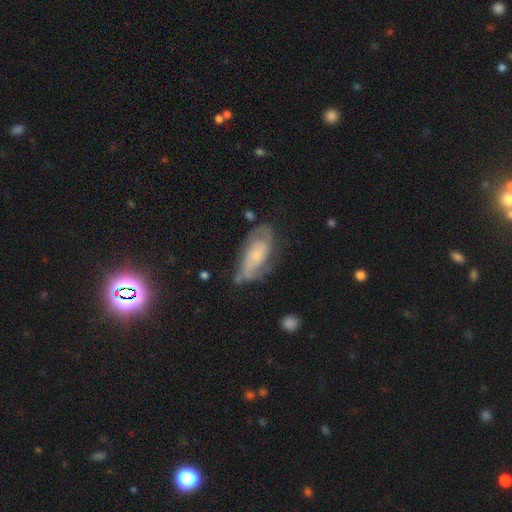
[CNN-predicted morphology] A featured or disk galaxy (65%) with no bar (64%), 2 (59%) tight (41%, tied with medium) spiral arms (87%) and a small central bulge (44%). Merging: none (60%).